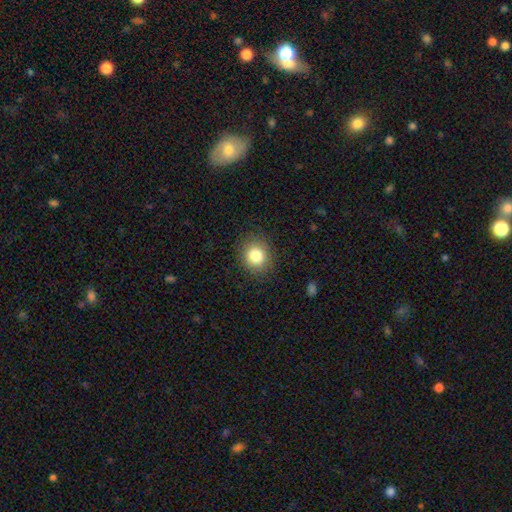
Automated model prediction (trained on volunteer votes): Smooth or featured? Predicted: smooth (p=0.82). How rounded? Predicted: round (p=0.77). Merging? Predicted: none (p=0.87).